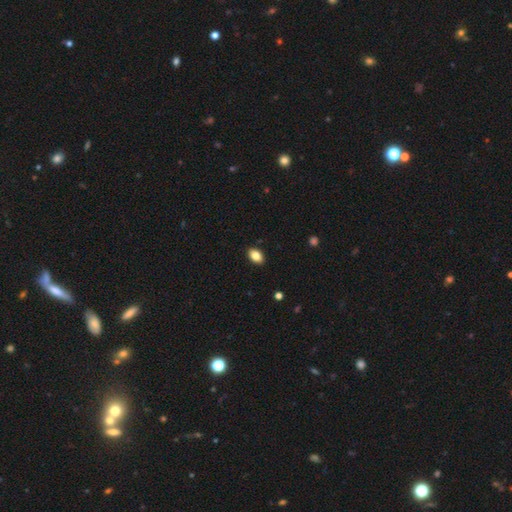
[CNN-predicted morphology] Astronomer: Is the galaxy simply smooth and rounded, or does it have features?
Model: smooth — 85%.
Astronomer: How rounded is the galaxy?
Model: in between — 88%.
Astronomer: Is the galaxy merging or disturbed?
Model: none — 89%.